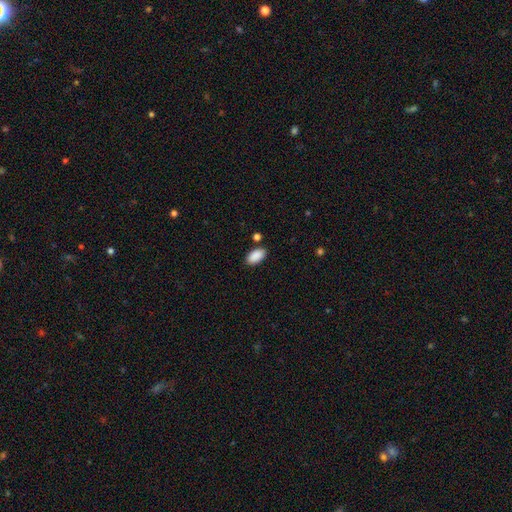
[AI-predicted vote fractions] The model was most divided on "merging": none: 83%, minor disturbance: 10%, merger: 4%, major disturbance: 2%. More confident: how rounded — in between (95%); smooth or featured — smooth (90%).